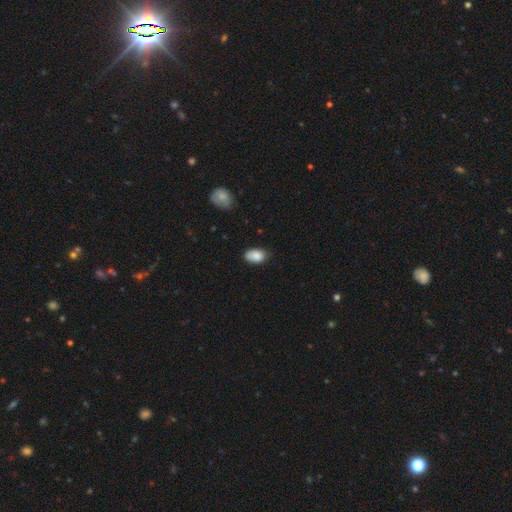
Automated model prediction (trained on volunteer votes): A smooth galaxy with no disk features (86%) that is in between round and cigar-shaped (91%).

Vote fractions:
- Smooth or featured? smooth: 86% / star or artifact: 7% / featured or disk: 7%
- How rounded? in between: 91% / round: 8% / cigar-shaped: 1%
- Merging? none: 66% / minor disturbance: 28% / major disturbance: 4% / merger: 2%